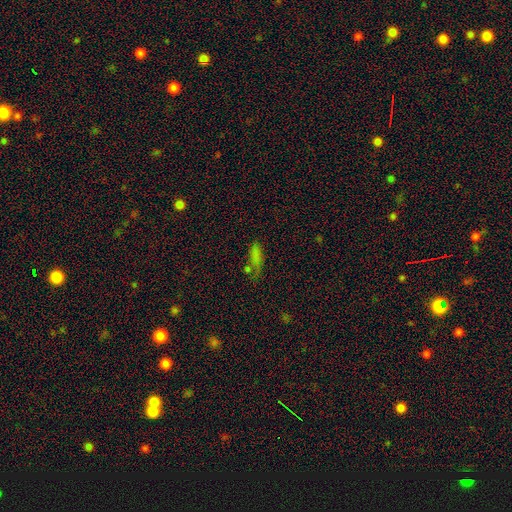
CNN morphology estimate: smooth-or-featured: smooth: 62% | star or artifact: 28% | featured or disk: 11%
  how-rounded: in between: 67% | cigar-shaped: 26% | round: 7%
  merging: none: 46% | minor disturbance: 21% | merger: 17% | major disturbance: 15%